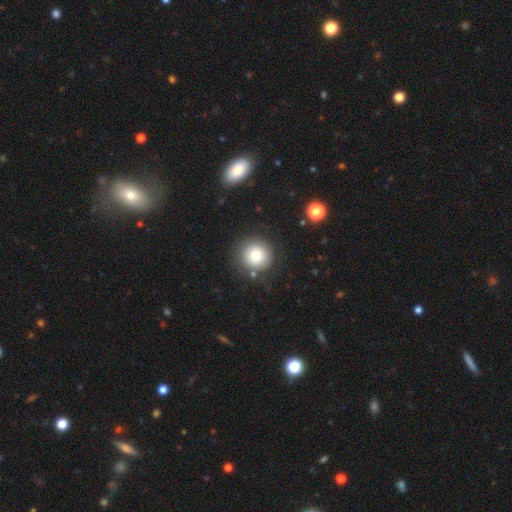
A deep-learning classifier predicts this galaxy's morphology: A smooth galaxy with no disk features (75%) that is round (95%).

Vote fractions:
- Smooth or featured? smooth: 75% / featured or disk: 13% / star or artifact: 12%
- How rounded? round: 95% / in between: 4% / cigar-shaped: 1%
- Merging? none: 84% / minor disturbance: 9% / major disturbance: 3% / merger: 3%